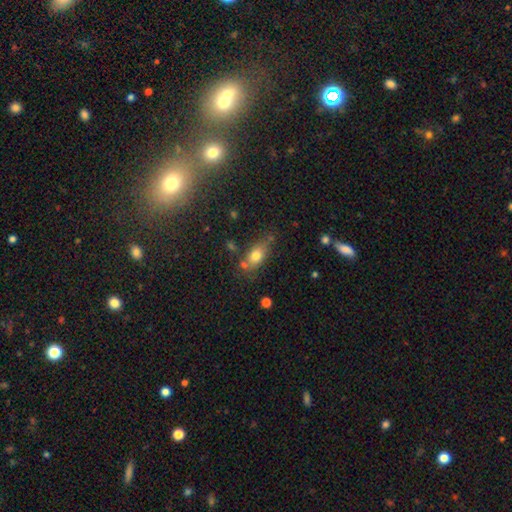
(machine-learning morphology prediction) This appears to be a smooth galaxy with no disk features (74%) that is in between round and cigar-shaped (77%). Merging: none (61%).